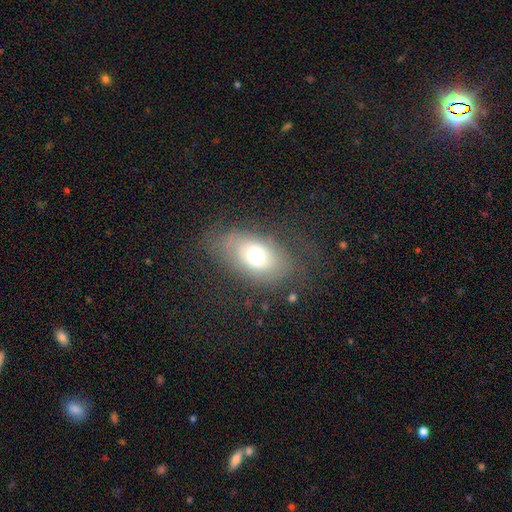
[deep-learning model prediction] This is possibly a smooth galaxy (59%). How rounded: clearly in between (80%). Merging: likely none (64%).